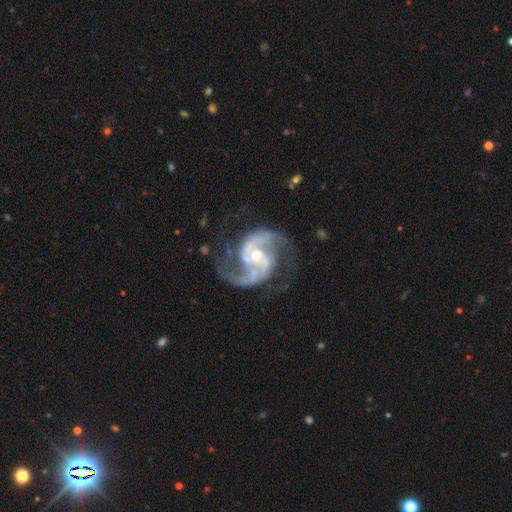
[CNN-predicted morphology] Smooth or featured? featured or disk (93%)
Edge-on disk? no (98%)
Bar? no (42%, tied with weak)
Spiral arms? yes (98%)
Spiral winding? medium (63%)
Spiral arm count? 2 (91%)
Bulge size? moderate (62%)
Merging? none (70%)